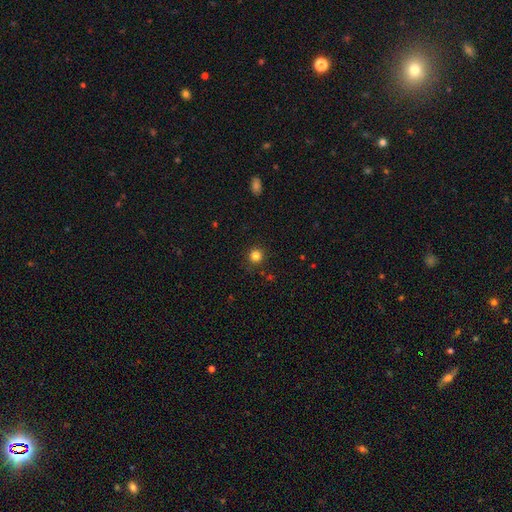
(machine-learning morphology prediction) Smooth or featured? smooth (82%)
How rounded? round (94%)
Merging? none (90%)